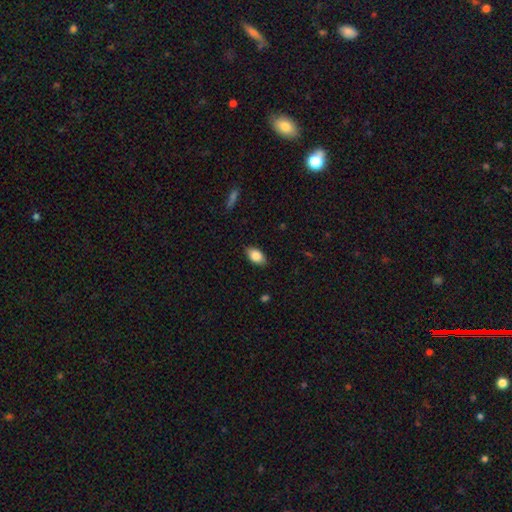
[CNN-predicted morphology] A smooth galaxy with no disk features (85%) that is in between round and cigar-shaped (92%). Merging: none (86%).